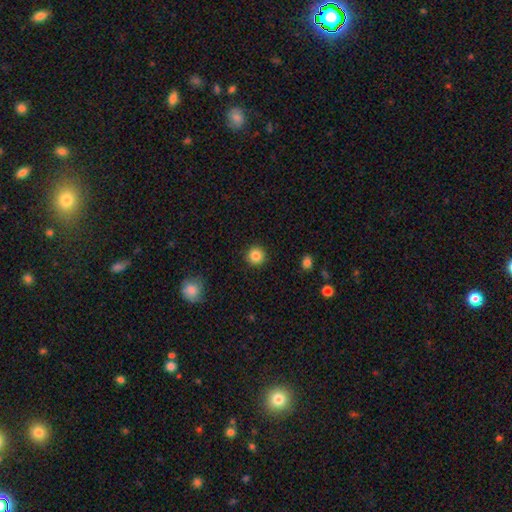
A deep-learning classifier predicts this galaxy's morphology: This is clearly a smooth galaxy (86%). How rounded: clearly round (95%). Merging: clearly none (92%).